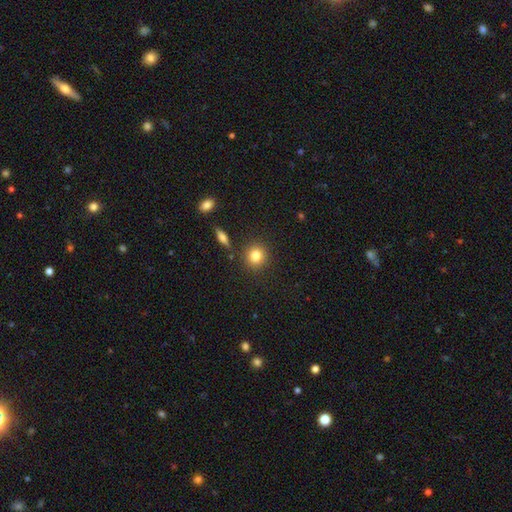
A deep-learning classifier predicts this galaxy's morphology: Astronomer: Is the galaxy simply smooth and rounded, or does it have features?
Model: smooth — 82%.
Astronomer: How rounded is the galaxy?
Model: round — 88%.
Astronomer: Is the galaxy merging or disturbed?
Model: none — 86%.